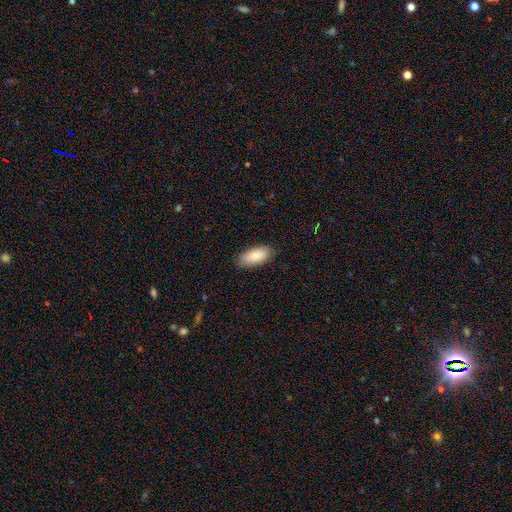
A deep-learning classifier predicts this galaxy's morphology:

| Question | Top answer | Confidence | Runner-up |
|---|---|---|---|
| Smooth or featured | smooth | 86% | featured or disk (9%) |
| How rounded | in between | 89% | cigar-shaped (9%) |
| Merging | none | 86% | minor disturbance (11%) |